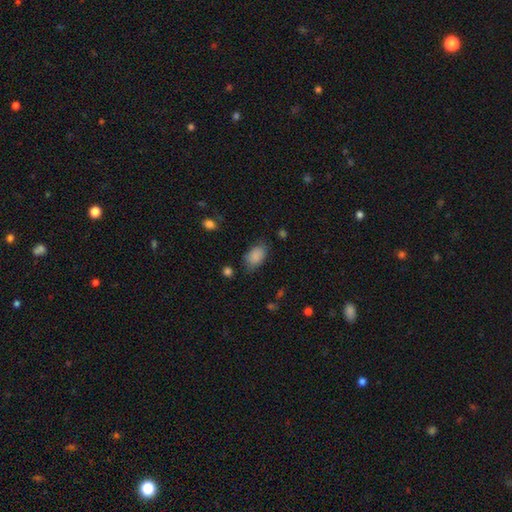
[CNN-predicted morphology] A smooth galaxy with no disk features (87%) that is in between round and cigar-shaped (90%). Merging: none (70%).